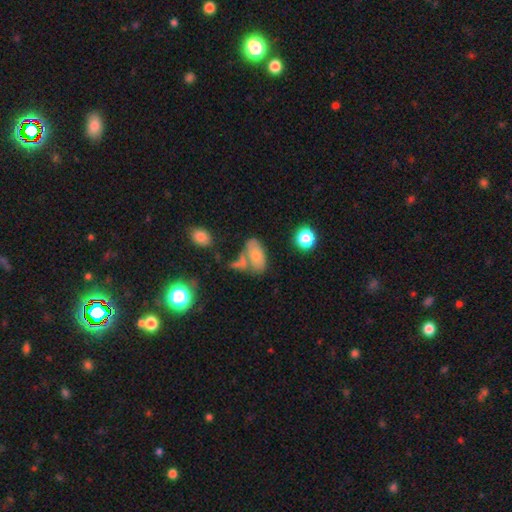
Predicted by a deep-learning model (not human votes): Overall: smooth (71%). How rounded: in between (91%). Merging: none (39%; merger 34%).